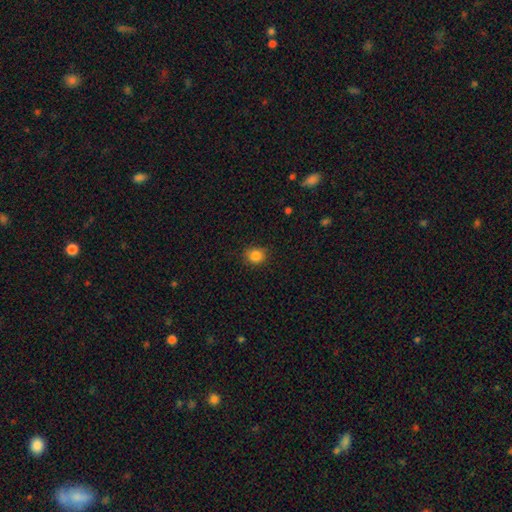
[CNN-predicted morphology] Q: Smooth or featured?
A: smooth (85%); runner-up: star or artifact (11%)
Q: How rounded?
A: round (80%); runner-up: in between (19%)
Q: Merging?
A: none (85%); runner-up: minor disturbance (12%)